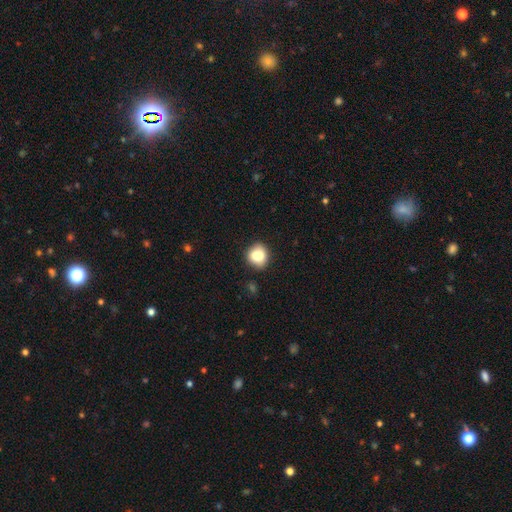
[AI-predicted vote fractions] This appears to be a smooth galaxy with no disk features (77%) that is round (75%). Merging: none (62%).